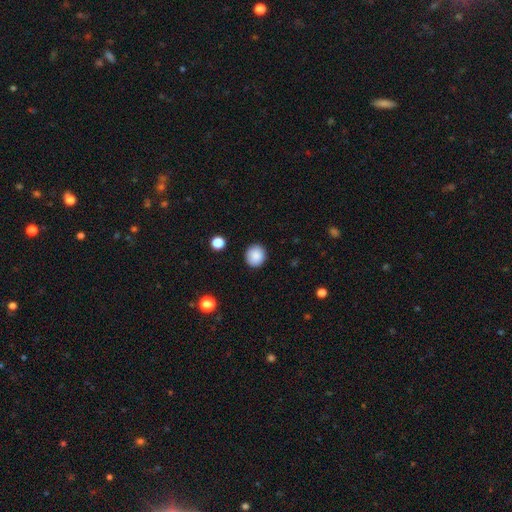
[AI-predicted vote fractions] smooth 88%, star or artifact 8%, featured or disk 3%. Down the decision tree: how rounded — round (84%); merging — none (90%).